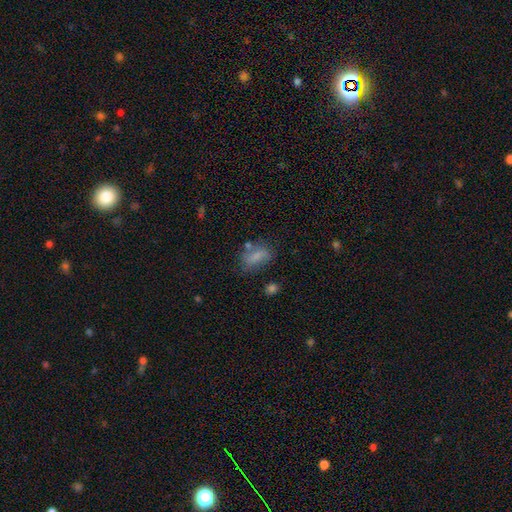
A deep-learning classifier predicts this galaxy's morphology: This is likely a smooth galaxy (74%). How rounded: clearly in between (83%). Merging: possibly none (54%).